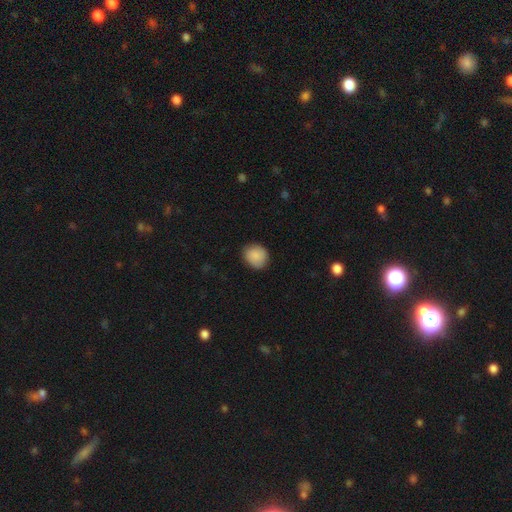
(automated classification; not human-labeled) smooth_or_featured: smooth (p=0.88) [alt: star or artifact p=0.07]
how_rounded: round (p=0.76) [alt: in between p=0.23]
merging: none (p=0.84) [alt: minor disturbance p=0.13]